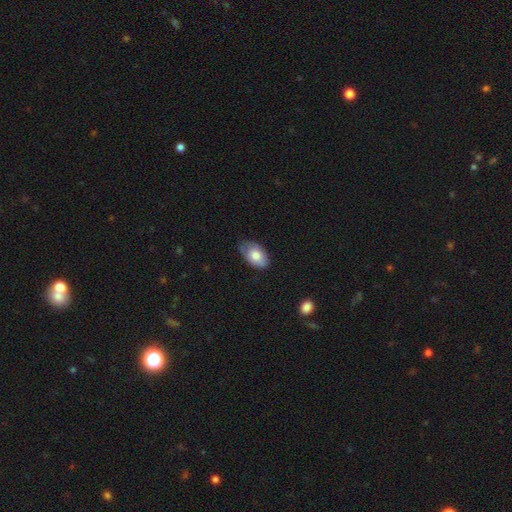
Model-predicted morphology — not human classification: Smooth or featured?
  - smooth: 77% *
  - featured or disk: 17%
  - star or artifact: 6%
How rounded?
  - in between: 92% *
  - round: 6%
  - cigar-shaped: 1%
Merging?
  - none: 65% *
  - minor disturbance: 29%
  - major disturbance: 5%
  - merger: 1%